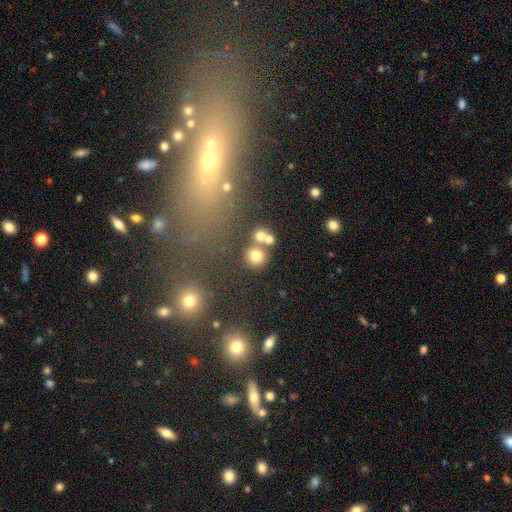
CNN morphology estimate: Smooth or featured: smooth — 73% (star or artifact — 16%)
How rounded: round — 89% (in between — 10%)
Merging: none — 64% (merger — 24%)